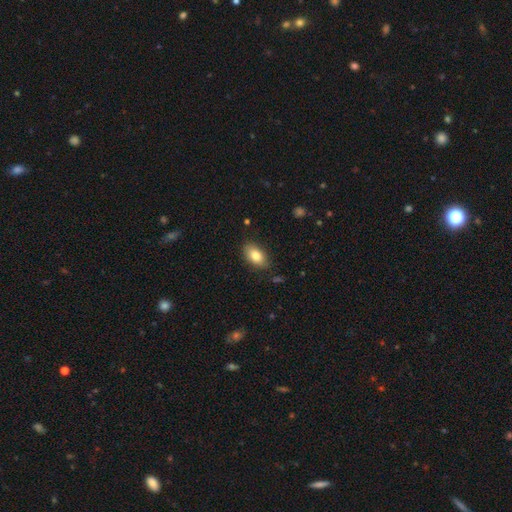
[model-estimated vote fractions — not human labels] smooth 81%, featured or disk 11%, star or artifact 8%. Down the decision tree: how rounded — in between (90%); merging — none (83%).